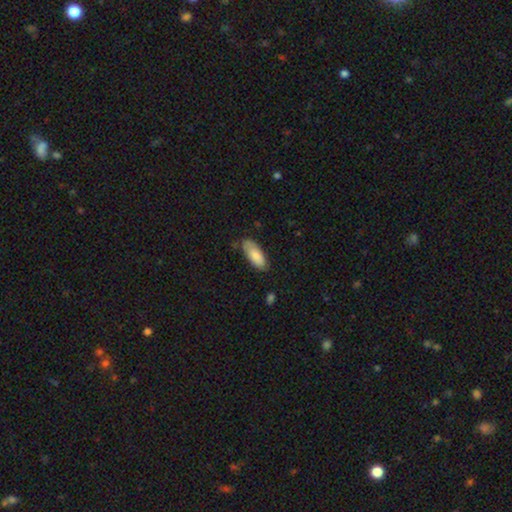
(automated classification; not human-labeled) This is clearly a smooth galaxy (82%). How rounded: clearly in between (82%). Merging: likely none (69%).